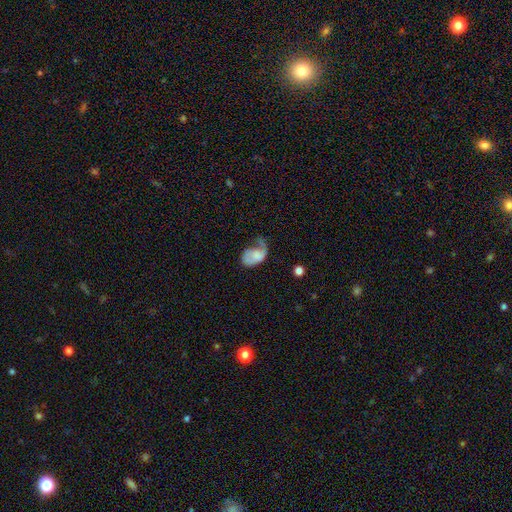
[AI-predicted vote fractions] Smooth or featured? smooth (48%)
Merging? major disturbance (48%)